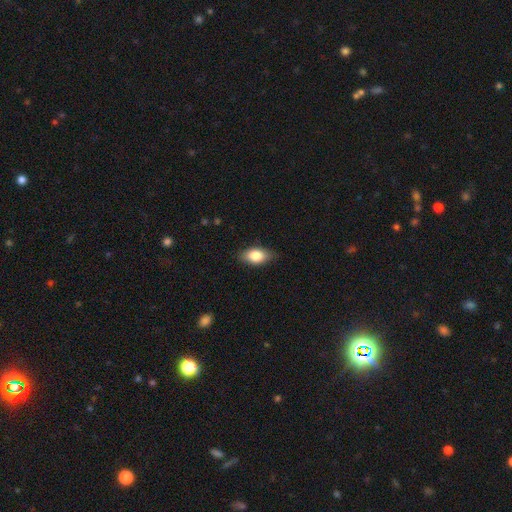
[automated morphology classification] Smooth or featured: smooth — 82% (featured or disk — 11%)
How rounded: in between — 88% (round — 7%)
Merging: none — 83% (minor disturbance — 14%)